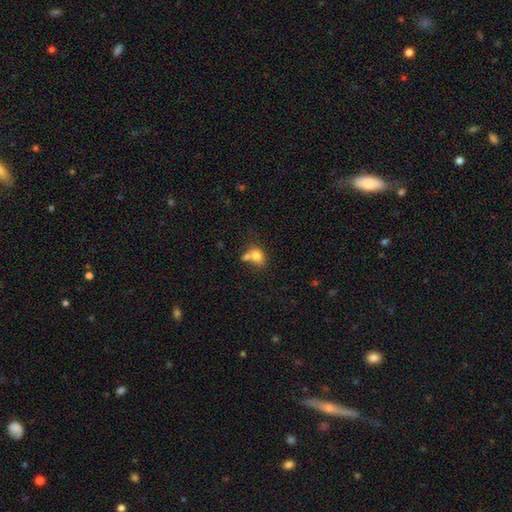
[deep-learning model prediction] This appears to be a smooth galaxy with no disk features (78%) that is in between round and cigar-shaped (71%). Merging: merger (44%).